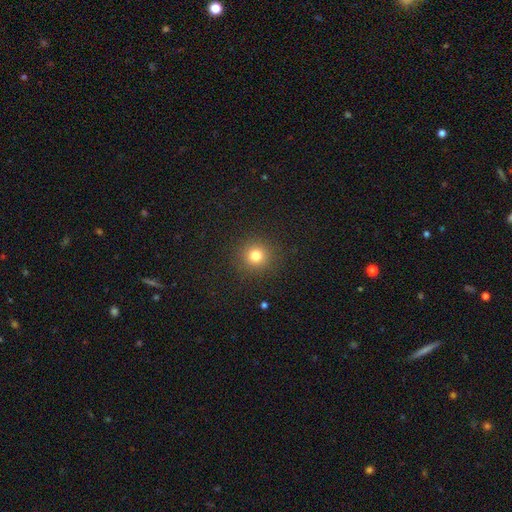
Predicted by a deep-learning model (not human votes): Overall: smooth (79%). How rounded: round (94%). Merging: none (91%).